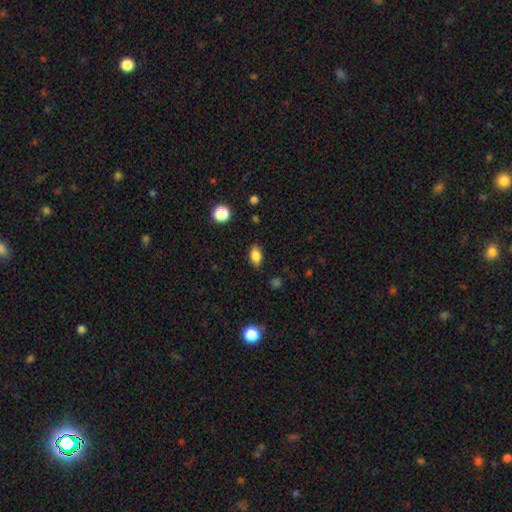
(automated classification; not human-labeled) A smooth galaxy with no disk features (84%) that is in between round and cigar-shaped (84%).

Vote fractions:
- Smooth or featured? smooth: 84% / star or artifact: 10% / featured or disk: 6%
- How rounded? in between: 84% / round: 13% / cigar-shaped: 2%
- Merging? none: 82% / minor disturbance: 13% / major disturbance: 3% / merger: 1%